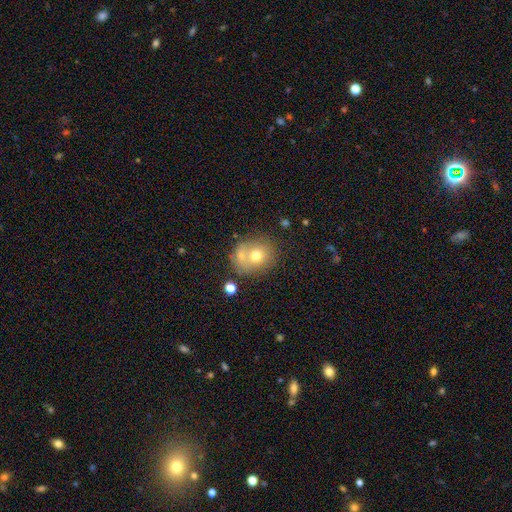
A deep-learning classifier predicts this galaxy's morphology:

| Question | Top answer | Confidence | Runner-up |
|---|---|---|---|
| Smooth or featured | smooth | 68% | featured or disk (21%) |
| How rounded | round | 70% | in between (29%) |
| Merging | none | 43% | merger (37%) |